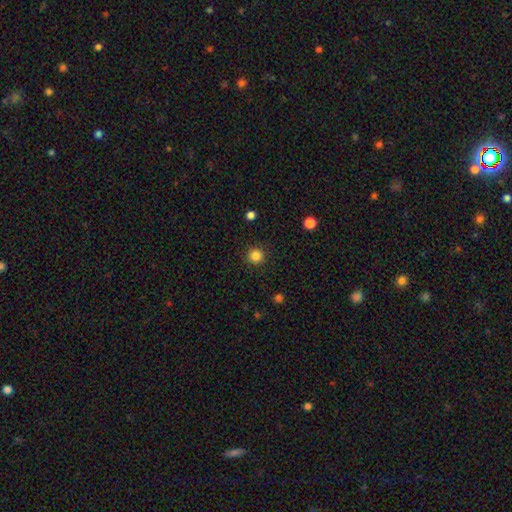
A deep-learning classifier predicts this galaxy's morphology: smooth_or_featured: smooth (p=0.84) [alt: star or artifact p=0.12]
how_rounded: round (p=0.95) [alt: in between p=0.04]
merging: none (p=0.91) [alt: minor disturbance p=0.05]